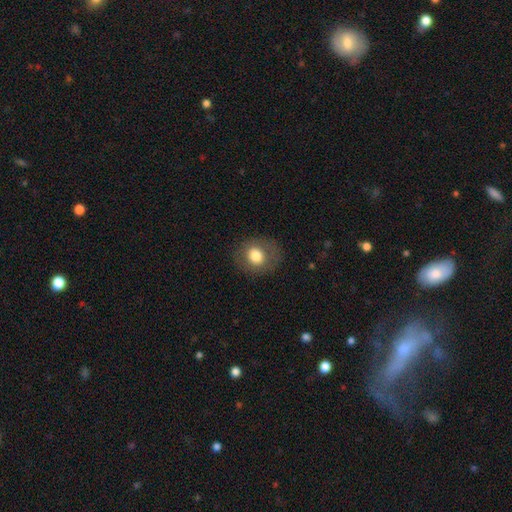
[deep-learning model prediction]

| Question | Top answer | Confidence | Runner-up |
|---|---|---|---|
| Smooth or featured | smooth | 76% | featured or disk (15%) |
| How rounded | round | 70% | in between (29%) |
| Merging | none | 82% | minor disturbance (11%) |